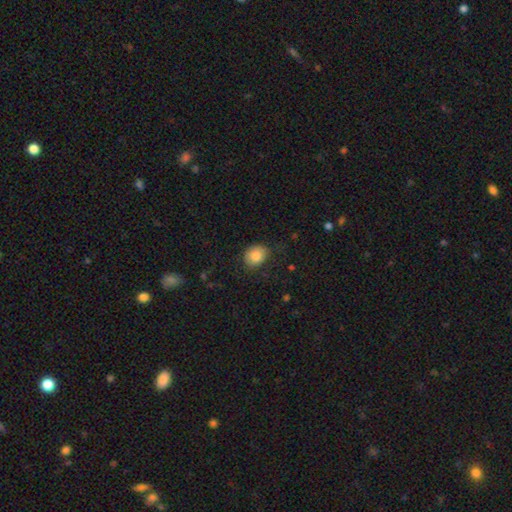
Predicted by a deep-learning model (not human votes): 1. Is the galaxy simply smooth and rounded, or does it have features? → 84% smooth, 9% star or artifact, 7% featured or disk.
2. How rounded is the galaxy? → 56% round, 43% in between, 1% cigar-shaped.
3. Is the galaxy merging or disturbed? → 73% none, 20% minor disturbance, 6% major disturbance, 1% merger.